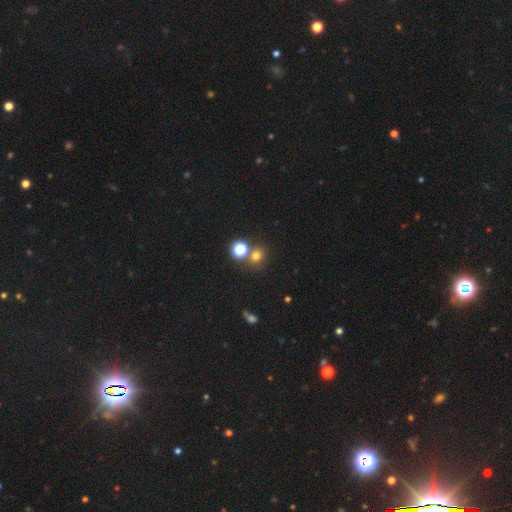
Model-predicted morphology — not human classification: Q: Smooth or featured?
A: smooth (68%); runner-up: star or artifact (23%)
Q: How rounded?
A: round (76%); runner-up: in between (23%)
Q: Merging?
A: none (66%); runner-up: merger (21%)